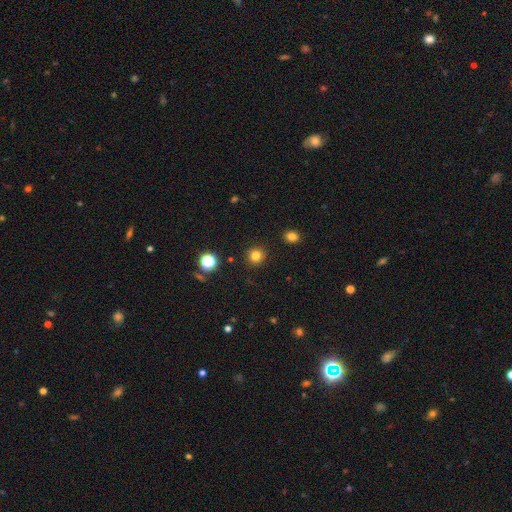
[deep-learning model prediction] A smooth galaxy with no disk features (80%) that is round (92%).

Vote fractions:
- Smooth or featured? smooth: 80% / star or artifact: 14% / featured or disk: 6%
- How rounded? round: 92% / in between: 7% / cigar-shaped: 1%
- Merging? none: 91% / minor disturbance: 6% / major disturbance: 2% / merger: 2%